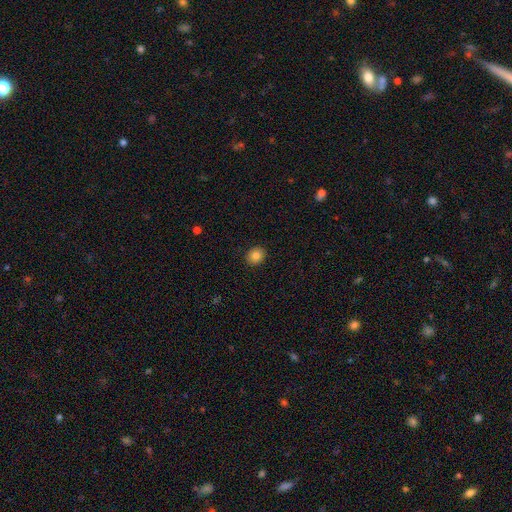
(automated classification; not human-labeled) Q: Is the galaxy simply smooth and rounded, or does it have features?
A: smooth — 84%.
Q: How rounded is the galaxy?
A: round — 71%.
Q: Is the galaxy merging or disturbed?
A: none — 91%.